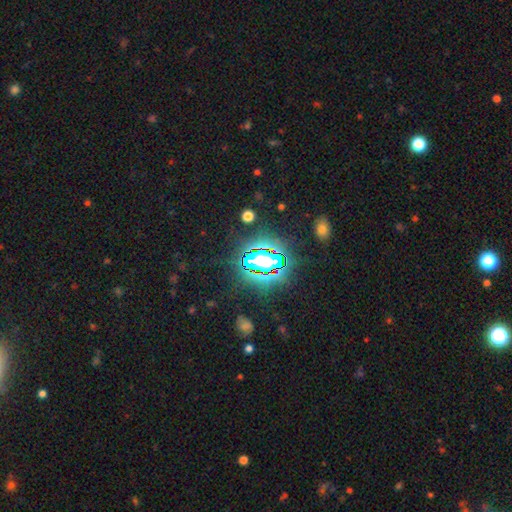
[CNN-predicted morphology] This is likely a star or artifact rather than a galaxy (76%).